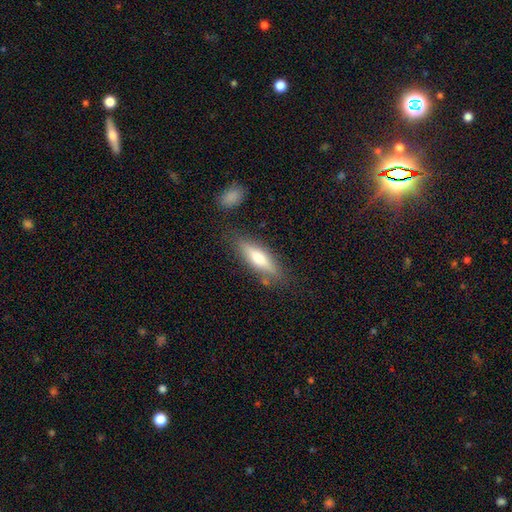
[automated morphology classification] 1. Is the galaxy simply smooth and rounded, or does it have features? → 56% smooth, 37% featured or disk, 7% star or artifact.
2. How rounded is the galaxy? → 63% cigar-shaped, 35% in between, 2% round.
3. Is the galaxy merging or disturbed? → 79% none, 13% minor disturbance, 4% merger, 3% major disturbance.